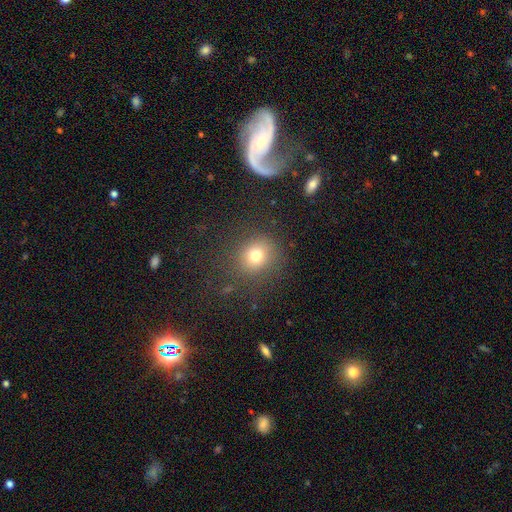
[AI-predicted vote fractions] The model was most divided on "smooth or featured": smooth: 74%, star or artifact: 17%, featured or disk: 9%. More confident: how rounded — round (84%); merging — none (82%).